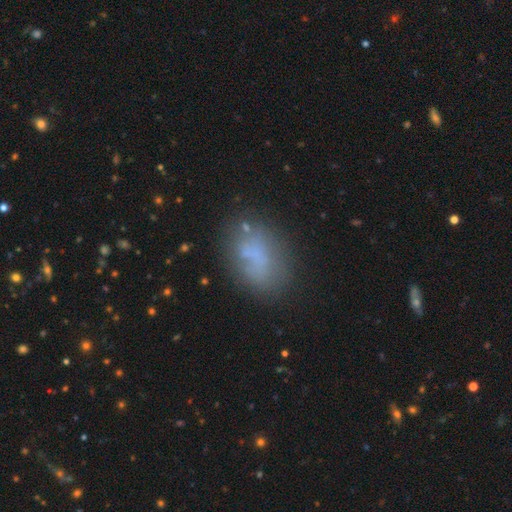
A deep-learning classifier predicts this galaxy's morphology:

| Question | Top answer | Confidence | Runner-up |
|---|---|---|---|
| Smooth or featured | smooth | 64% | featured or disk (23%) |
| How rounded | in between | 82% | round (15%) |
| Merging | none | 63% | minor disturbance (21%) |